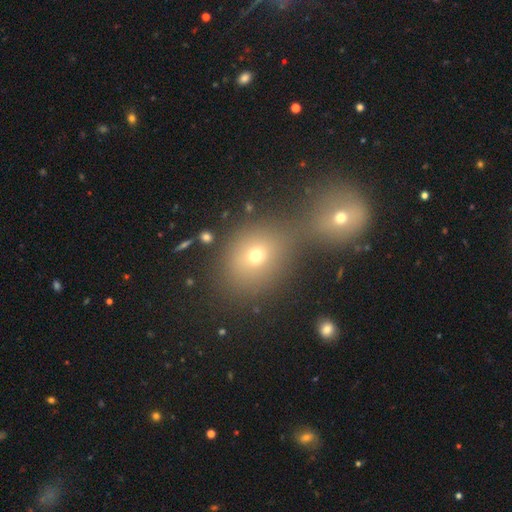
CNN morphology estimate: Smooth or featured? Predicted: smooth (p=0.66). How rounded? Predicted: round (p=0.66). Merging? Predicted: merger (p=0.45).